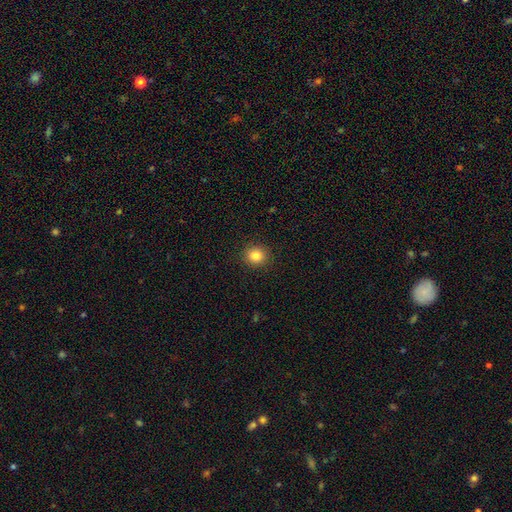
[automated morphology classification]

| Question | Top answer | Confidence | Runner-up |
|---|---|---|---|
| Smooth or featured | smooth | 84% | star or artifact (11%) |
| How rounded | round | 86% | in between (13%) |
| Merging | none | 91% | minor disturbance (6%) |